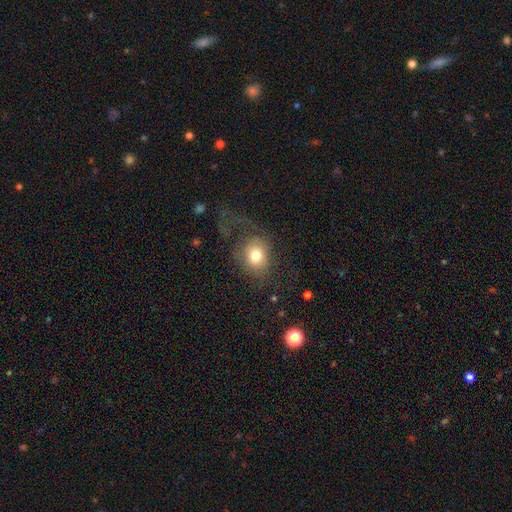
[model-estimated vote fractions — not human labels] Q: Smooth or featured?
A: smooth (73%); runner-up: featured or disk (16%)
Q: How rounded?
A: round (66%); runner-up: in between (33%)
Q: Merging?
A: none (41%); tied with: major disturbance (41%)